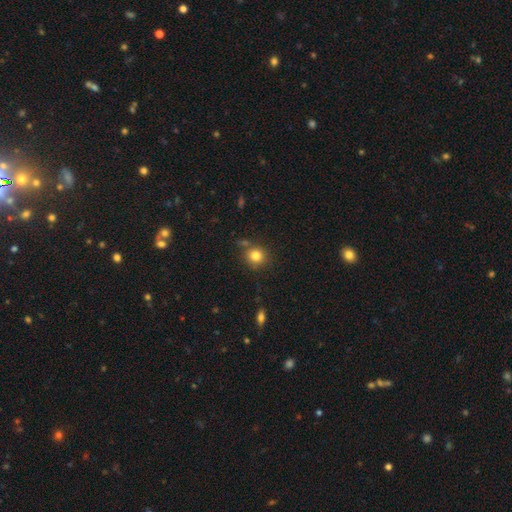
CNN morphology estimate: This appears to be a smooth galaxy with no disk features (82%) that is round (88%). Merging: none (74%).